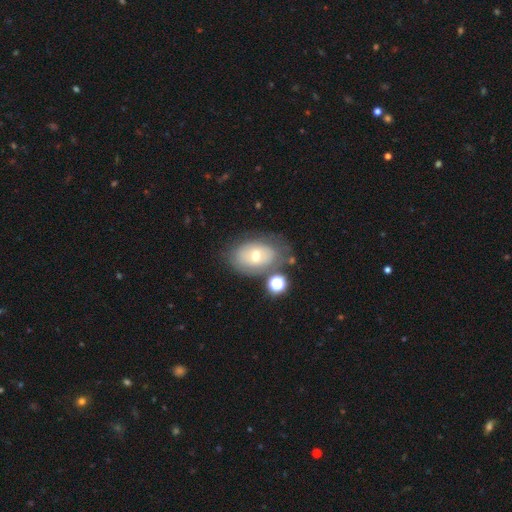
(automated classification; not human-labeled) This is possibly a smooth galaxy (53%). How rounded: likely in between (78%). Merging: likely none (62%).